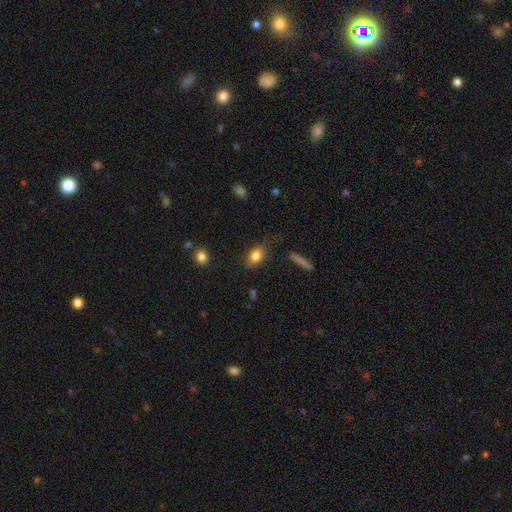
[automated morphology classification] This appears to be a smooth galaxy with no disk features (82%) that is in between round and cigar-shaped (72%). Merging: none (69%).